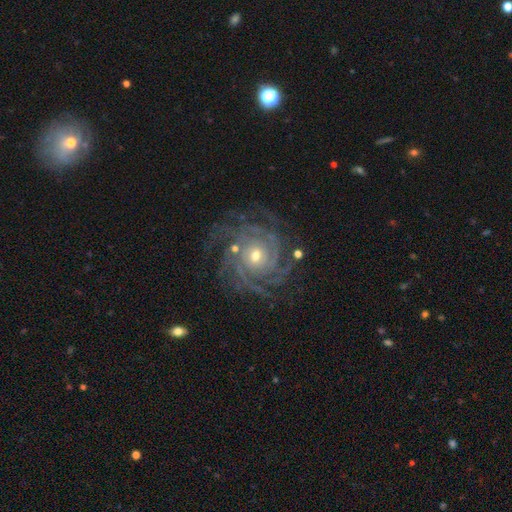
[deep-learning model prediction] Smooth or featured? Predicted: featured or disk (p=0.90). Edge-on disk? Predicted: no (p=0.98). Bar? Predicted: no (p=0.71). Spiral arms? Predicted: yes (p=0.98). Spiral winding? Predicted: tight (p=0.77). Spiral arm count? Predicted: 4 (p=0.27). Bulge size? Predicted: small (p=0.51). Merging? Predicted: none (p=0.79).